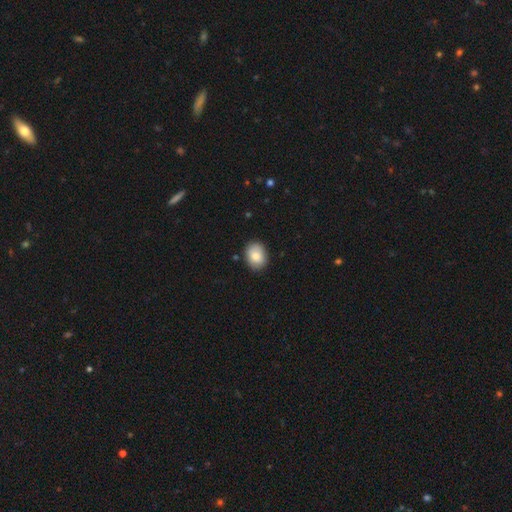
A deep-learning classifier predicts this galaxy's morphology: smooth_or_featured: smooth (p=0.84) [alt: featured or disk p=0.09]
how_rounded: in between (p=0.61) [alt: round p=0.38]
merging: none (p=0.87) [alt: minor disturbance p=0.10]